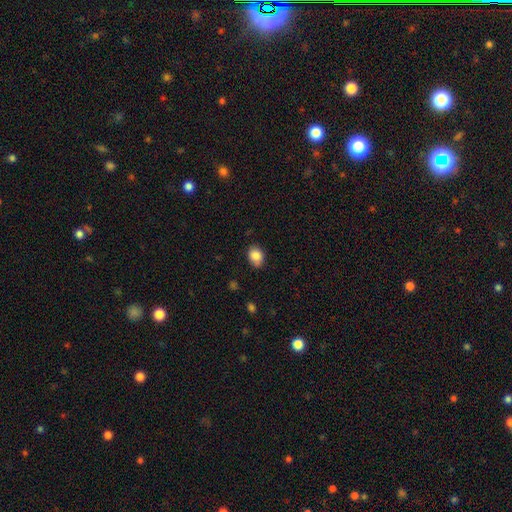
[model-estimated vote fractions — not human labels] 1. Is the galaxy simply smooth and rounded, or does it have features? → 87% smooth, 9% star or artifact, 5% featured or disk.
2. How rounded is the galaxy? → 59% in between, 40% round, 1% cigar-shaped.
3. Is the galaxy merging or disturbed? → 77% none, 18% minor disturbance, 3% major disturbance, 1% merger.